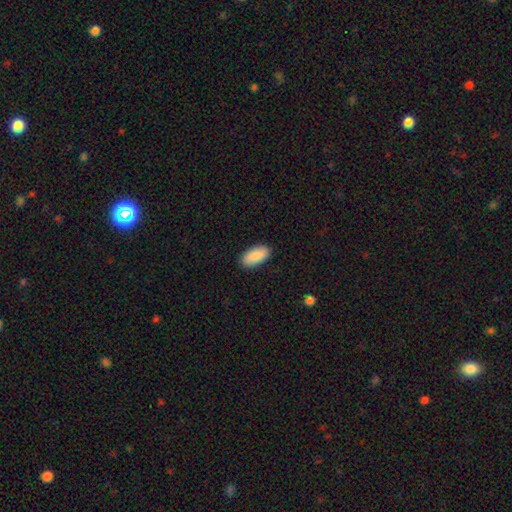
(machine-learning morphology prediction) Smooth or featured? smooth (88%)
How rounded? in between (92%)
Merging? none (89%)